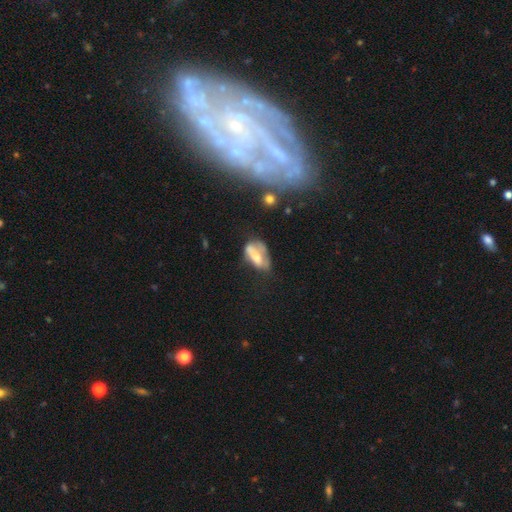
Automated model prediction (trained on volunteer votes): Smooth or featured?
  - smooth: 51% *
  - featured or disk: 40%
  - star or artifact: 9%
How rounded?
  - in between: 85% *
  - cigar-shaped: 10%
  - round: 5%
Merging?
  - major disturbance: 31% *
  - minor disturbance: 29%
  - none: 29%
  - merger: 11%